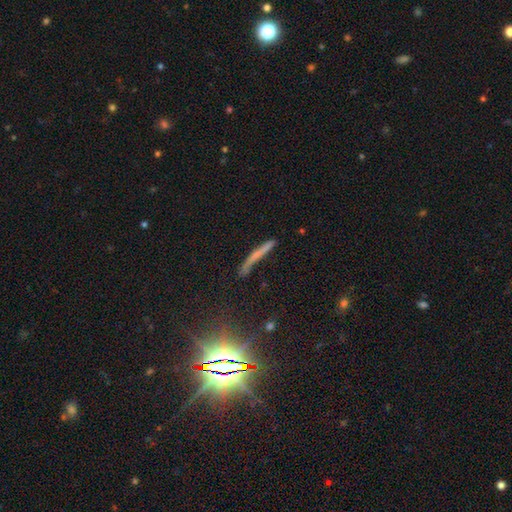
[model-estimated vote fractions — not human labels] smooth 52%, featured or disk 30%, star or artifact 18%. Down the decision tree: how rounded — cigar-shaped (93%); merging — none (67%).